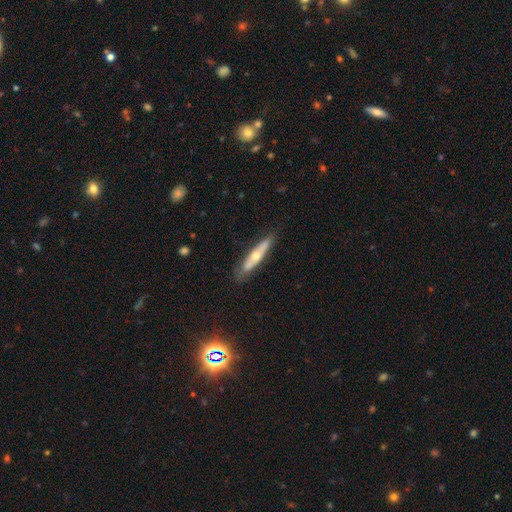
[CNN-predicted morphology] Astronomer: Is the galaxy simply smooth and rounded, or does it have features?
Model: featured or disk — 50% (runner-up: smooth, 44%).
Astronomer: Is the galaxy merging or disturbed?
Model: none — 82%.